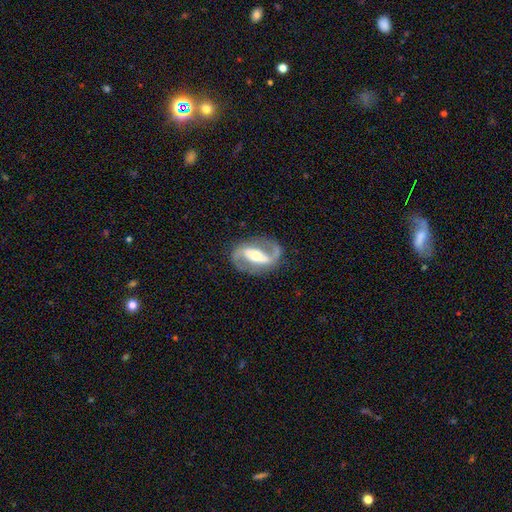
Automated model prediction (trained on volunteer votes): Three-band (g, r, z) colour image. It shows a featured or disk galaxy (87%) with a strong bar (57%), 2 (92%) medium (50%) spiral arms (93%) and a moderate central bulge (60%). Merging: none (82%).